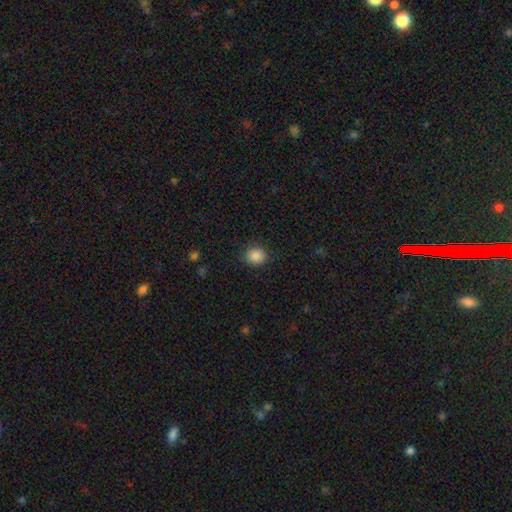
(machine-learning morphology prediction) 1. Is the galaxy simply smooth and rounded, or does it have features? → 87% smooth, 10% star or artifact, 3% featured or disk.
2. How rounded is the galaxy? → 80% round, 19% in between, 1% cigar-shaped.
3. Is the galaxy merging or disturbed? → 86% none, 10% minor disturbance, 3% major disturbance, 1% merger.